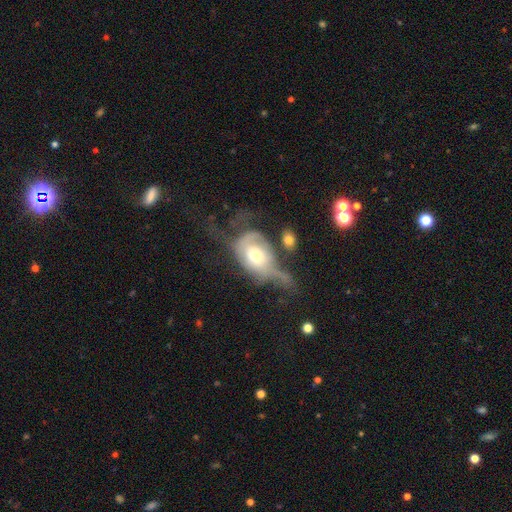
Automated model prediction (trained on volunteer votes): featured or disk 52%, smooth 40%, star or artifact 7%. Down the decision tree: edge-on disk — no (88%); merging — major disturbance (54%).